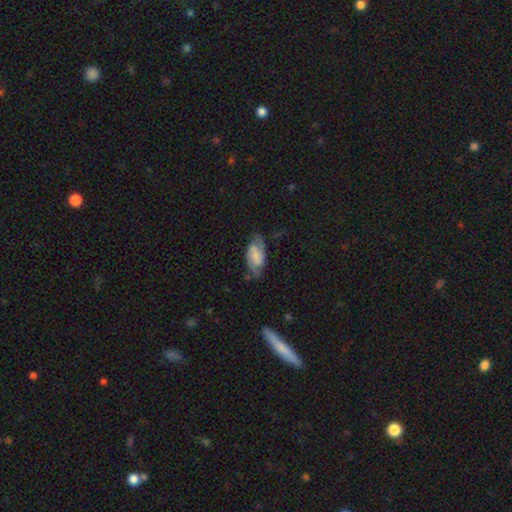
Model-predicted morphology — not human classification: A featured or disk galaxy (58%) with a weak bar (44%), spiral arms (89%) and no central bulge (38%). Merging: none (65%).